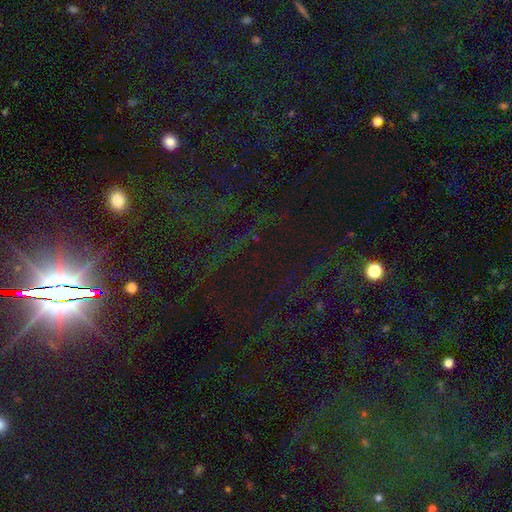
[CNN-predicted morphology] The model was most divided on "smooth or featured": star or artifact: 77%, smooth: 15%, featured or disk: 8%.